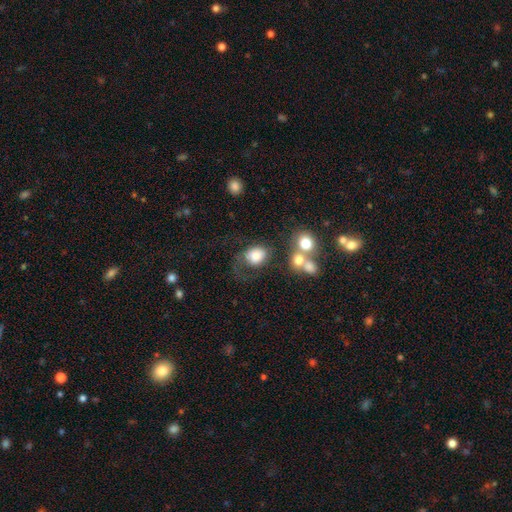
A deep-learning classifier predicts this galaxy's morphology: A smooth galaxy with no disk features (73%) that is in between round and cigar-shaped (50%).

Vote fractions:
- Smooth or featured? smooth: 73% / featured or disk: 18% / star or artifact: 9%
- How rounded? in between: 50% / round: 49% / cigar-shaped: 1%
- Merging? none: 37% / major disturbance: 28% / minor disturbance: 21% / merger: 14%